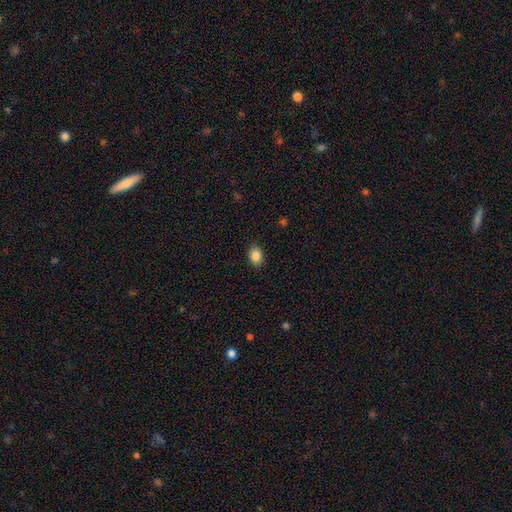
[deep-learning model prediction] This appears to be a smooth galaxy with no disk features (86%) that is in between round and cigar-shaped (72%). Merging: none (87%).